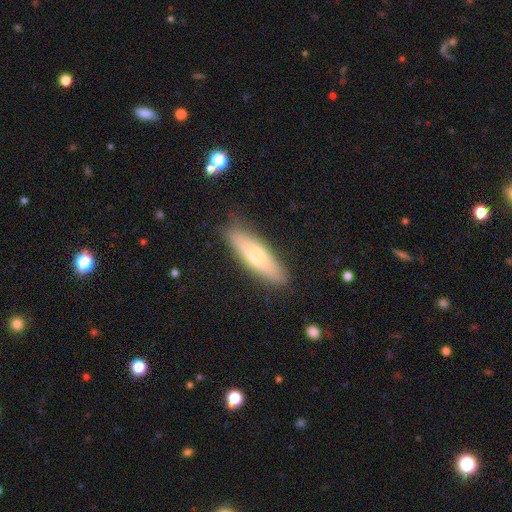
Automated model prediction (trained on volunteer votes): Morphology: type=smooth (47%); merging=none (82%).